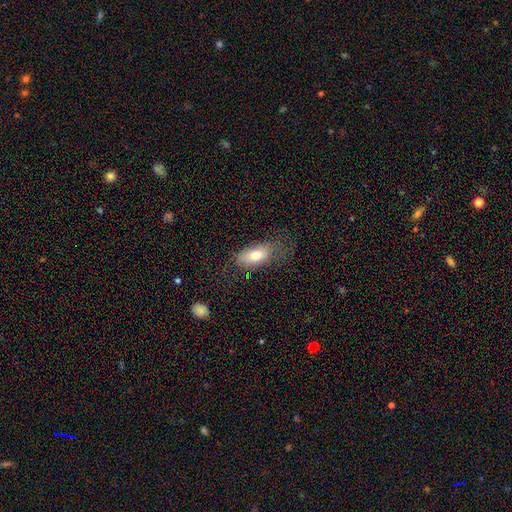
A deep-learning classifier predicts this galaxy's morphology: A smooth galaxy with no disk features (74%) that is in between round and cigar-shaped (87%). Merging: none (50%).